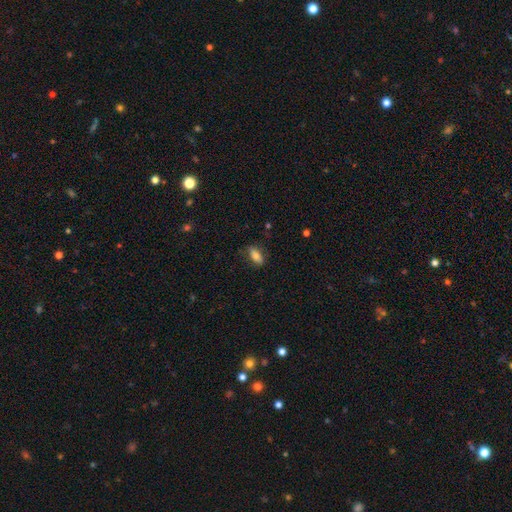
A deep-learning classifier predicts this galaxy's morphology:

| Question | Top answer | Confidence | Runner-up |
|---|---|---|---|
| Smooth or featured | smooth | 73% | featured or disk (19%) |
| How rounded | in between | 81% | cigar-shaped (15%) |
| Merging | none | 77% | minor disturbance (17%) |